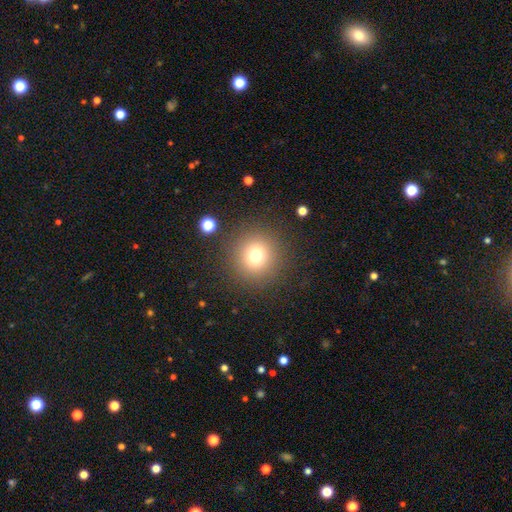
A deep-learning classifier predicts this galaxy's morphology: The model was most divided on "smooth or featured": smooth: 74%, star or artifact: 16%, featured or disk: 10%. More confident: how rounded — round (94%); merging — none (88%).